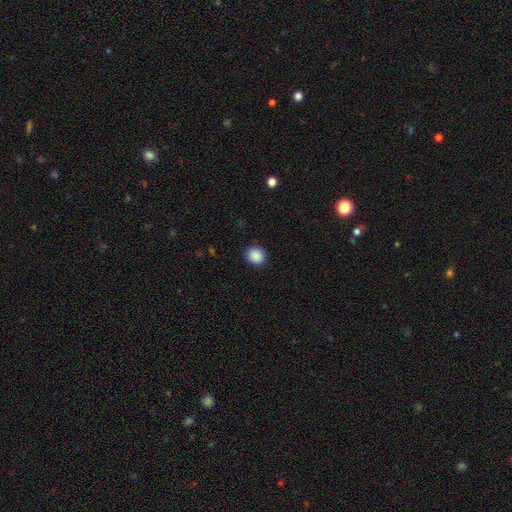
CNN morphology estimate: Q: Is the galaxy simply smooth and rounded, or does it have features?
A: smooth — 89%.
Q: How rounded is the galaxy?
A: round — 84%.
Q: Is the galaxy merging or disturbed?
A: none — 90%.